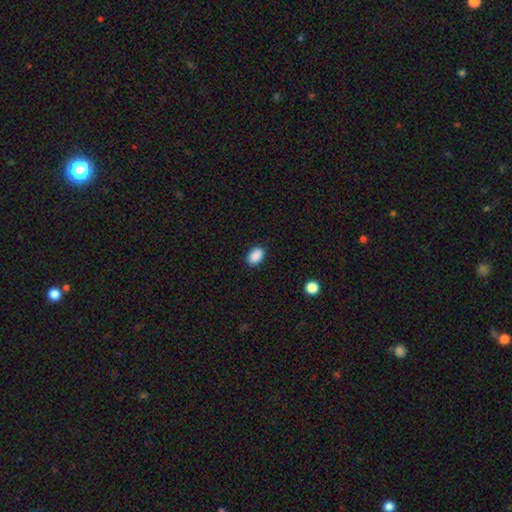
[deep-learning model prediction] smooth-or-featured: smooth: 90% | star or artifact: 8% | featured or disk: 2%
  how-rounded: in between: 87% | round: 12% | cigar-shaped: 1%
  merging: none: 89% | minor disturbance: 8% | major disturbance: 2% | merger: 1%